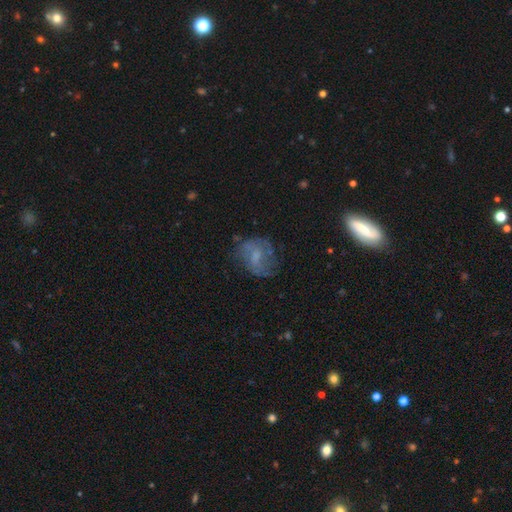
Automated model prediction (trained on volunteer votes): Q: Smooth or featured?
A: featured or disk (51%); runner-up: smooth (38%)
Q: Edge-on disk?
A: no (97%); runner-up: yes (3%)
Q: Merging?
A: none (57%); runner-up: minor disturbance (23%)